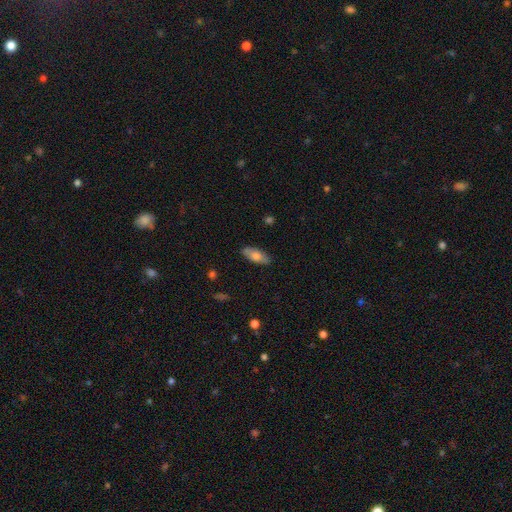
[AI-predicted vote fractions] Overall: smooth (70%). How rounded: in between (82%). Merging: none (85%).